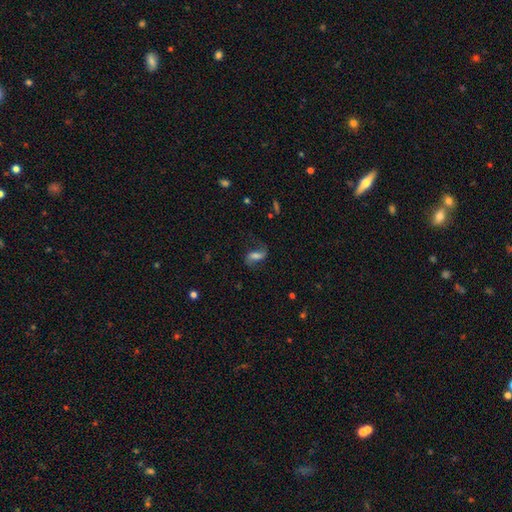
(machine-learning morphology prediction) Smooth or featured? featured or disk (59%)
Edge-on disk? no (94%)
Bar? weak (41%)
Spiral arms? yes (90%)
Bulge size? moderate (35%)
Merging? none (66%)